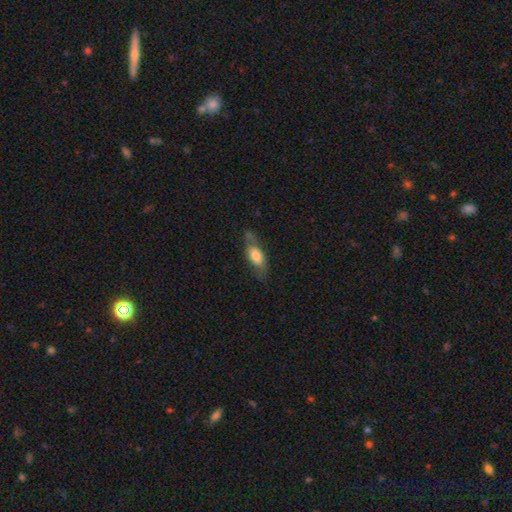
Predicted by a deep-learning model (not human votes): Q: Smooth or featured?
A: smooth (62%); runner-up: featured or disk (31%)
Q: How rounded?
A: in between (74%); runner-up: cigar-shaped (22%)
Q: Merging?
A: none (59%); runner-up: minor disturbance (26%)